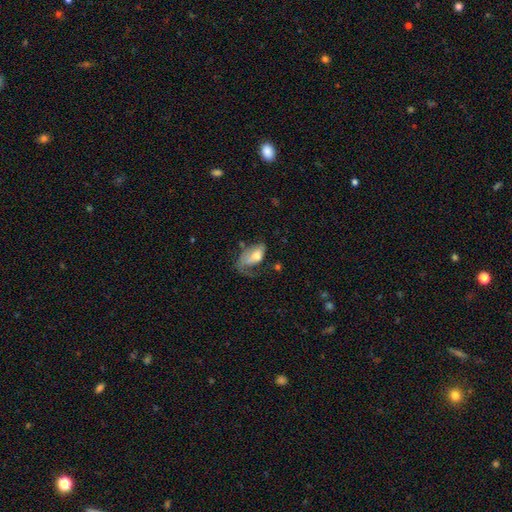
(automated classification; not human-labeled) Q: Smooth or featured?
A: featured or disk (48%); runner-up: smooth (44%)
Q: Merging?
A: major disturbance (48%); runner-up: none (27%)